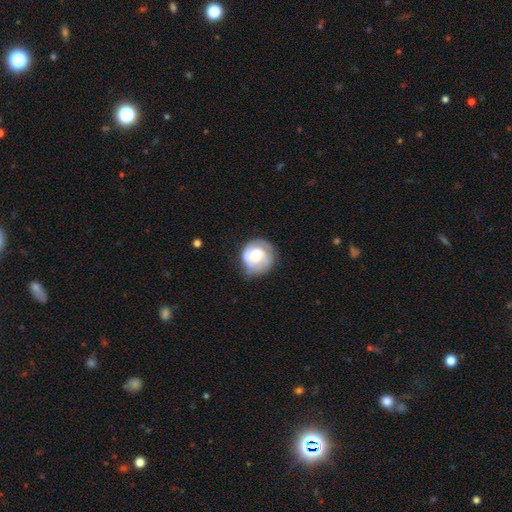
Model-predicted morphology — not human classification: Overall: featured or disk (53%; smooth 41%). Edge-on disk: no (98%). Bar: no (59%; weak 32%). Spiral arms: yes (73%). Bulge size: moderate (53%; small 24%). Merging: none (64%).